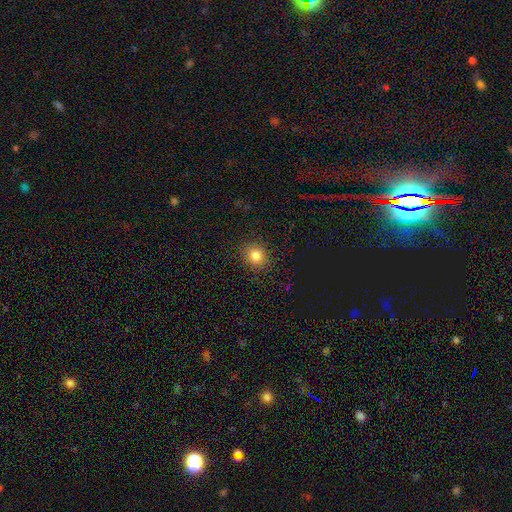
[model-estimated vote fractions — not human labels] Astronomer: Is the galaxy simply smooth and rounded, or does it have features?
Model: smooth — 82%.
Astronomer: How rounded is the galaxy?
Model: round — 73%.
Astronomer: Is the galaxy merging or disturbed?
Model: none — 88%.